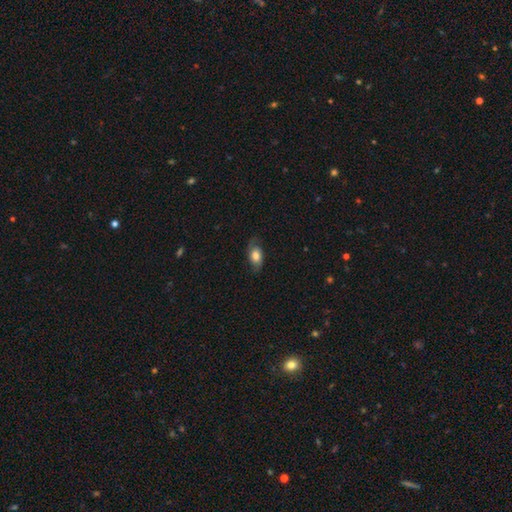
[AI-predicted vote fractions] Smooth or featured?
  - smooth: 60% *
  - featured or disk: 32%
  - star or artifact: 8%
How rounded?
  - in between: 84% *
  - round: 12%
  - cigar-shaped: 4%
Merging?
  - none: 71% *
  - minor disturbance: 20%
  - major disturbance: 7%
  - merger: 1%